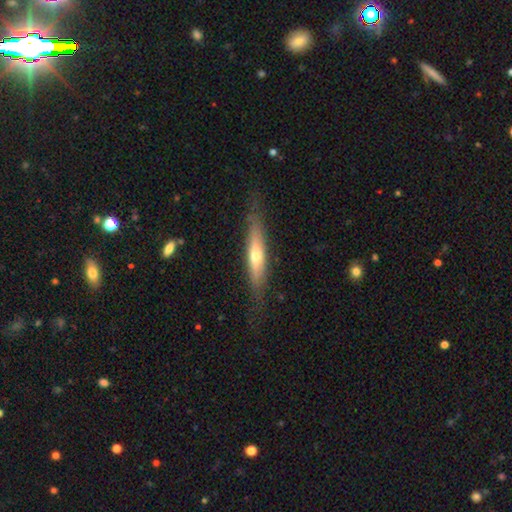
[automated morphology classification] This is possibly a featured or disk galaxy (53%). It is clearly viewed edge-on (85%). Merging: likely none (79%).